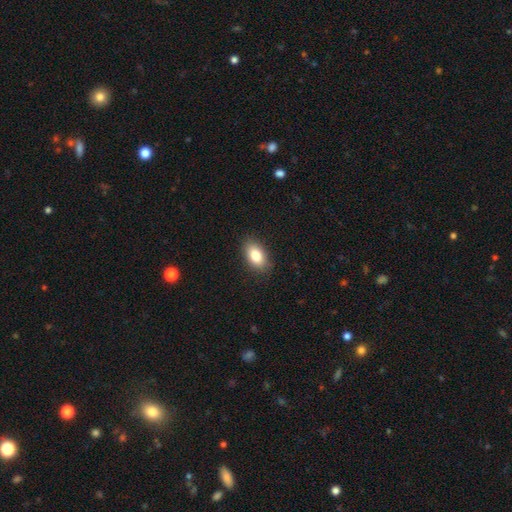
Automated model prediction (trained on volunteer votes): Smooth or featured? smooth (82%)
How rounded? in between (90%)
Merging? none (87%)